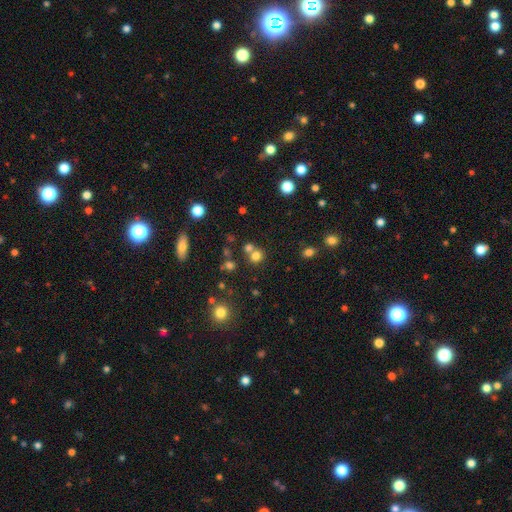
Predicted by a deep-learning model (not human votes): The model was most divided on "merging": none: 55%, merger: 34%, minor disturbance: 8%, major disturbance: 3%. More confident: how rounded — round (84%); smooth or featured — smooth (73%).